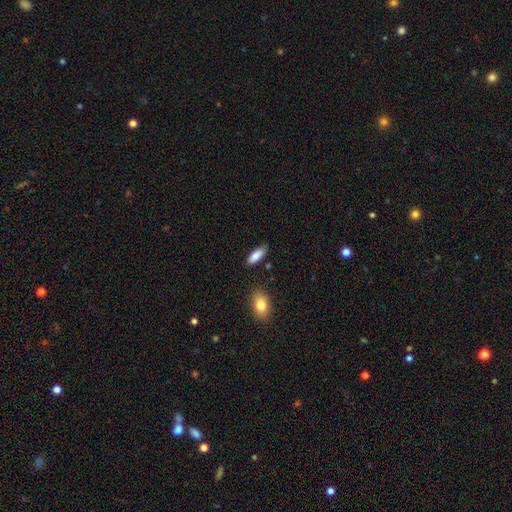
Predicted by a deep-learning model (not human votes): smooth 84%, featured or disk 10%, star or artifact 6%. Down the decision tree: how rounded — in between (77%); merging — none (82%).